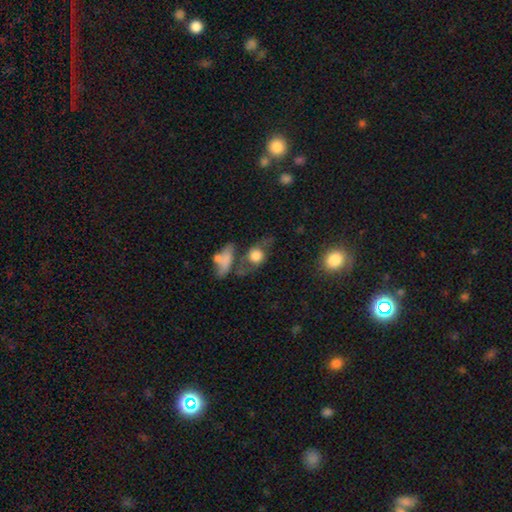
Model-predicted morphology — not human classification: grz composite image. It shows a smooth galaxy with no disk features (57%) that is round (54%). Merging: none (45%).